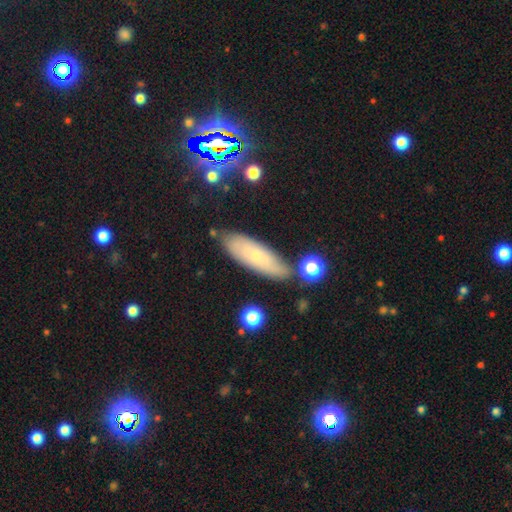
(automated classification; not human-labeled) smooth 62%, featured or disk 28%, star or artifact 10%. Down the decision tree: how rounded — in between (51%); merging — none (78%).